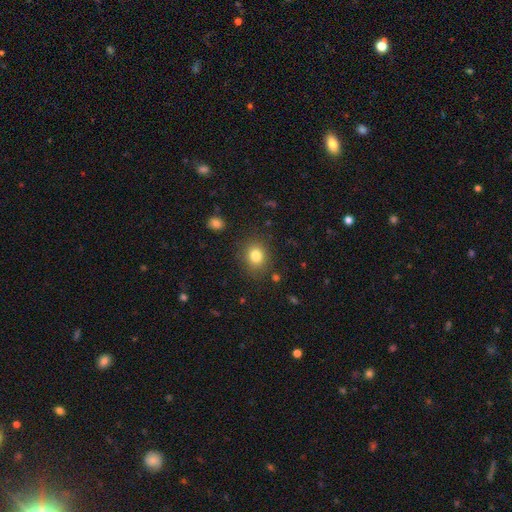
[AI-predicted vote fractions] A smooth galaxy with no disk features (81%) that is round (69%).

Vote fractions:
- Smooth or featured? smooth: 81% / star or artifact: 12% / featured or disk: 7%
- How rounded? round: 69% / in between: 30% / cigar-shaped: 1%
- Merging? none: 85% / minor disturbance: 10% / major disturbance: 3% / merger: 2%